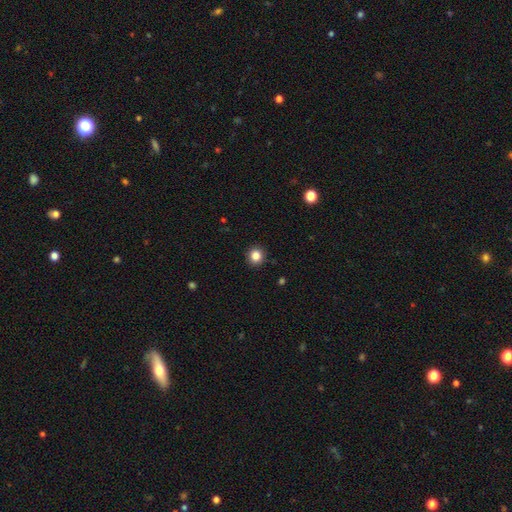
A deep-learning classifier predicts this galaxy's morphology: smooth 85%, star or artifact 11%, featured or disk 4%. Down the decision tree: how rounded — round (89%); merging — none (92%).